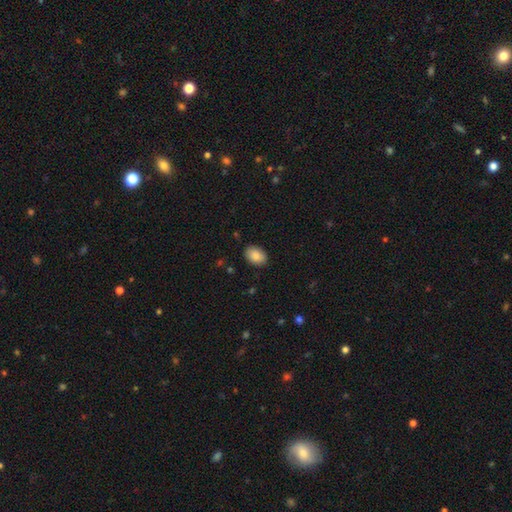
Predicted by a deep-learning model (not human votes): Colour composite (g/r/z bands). It shows a smooth galaxy with no disk features (86%) that is in between round and cigar-shaped (81%). Merging: none (87%).